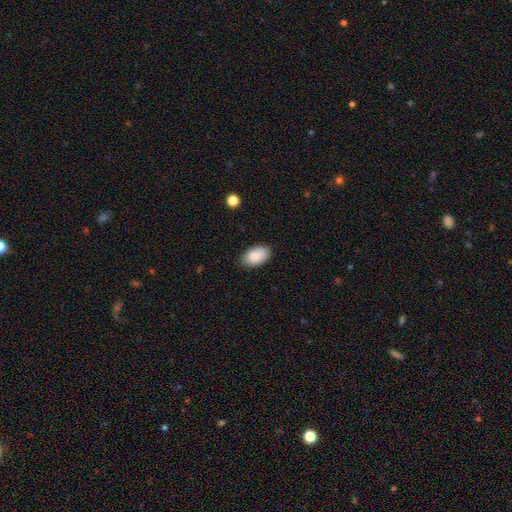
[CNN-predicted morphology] This appears to be a smooth galaxy with no disk features (90%) that is in between round and cigar-shaped (95%). Merging: none (84%).